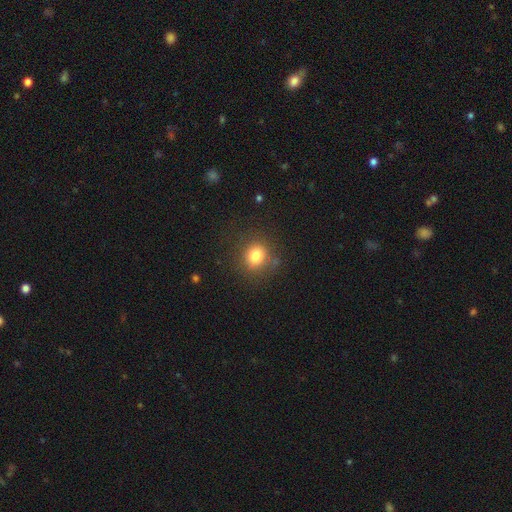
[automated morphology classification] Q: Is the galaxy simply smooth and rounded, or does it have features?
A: smooth — 79%.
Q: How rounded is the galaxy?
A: round — 85%.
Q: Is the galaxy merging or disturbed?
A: none — 83%.